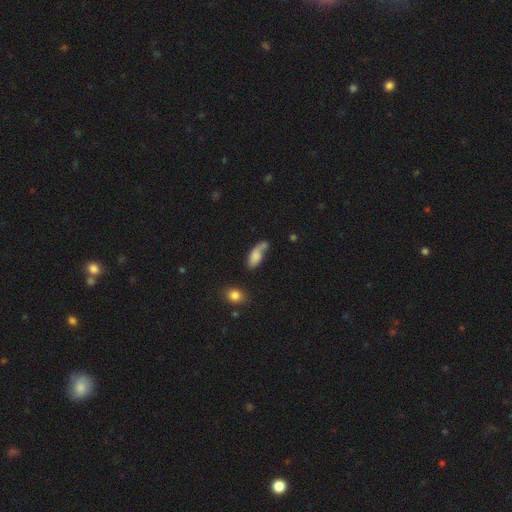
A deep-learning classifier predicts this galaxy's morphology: type=smooth (70%); roundness=in between (81%); merging=none (35%).